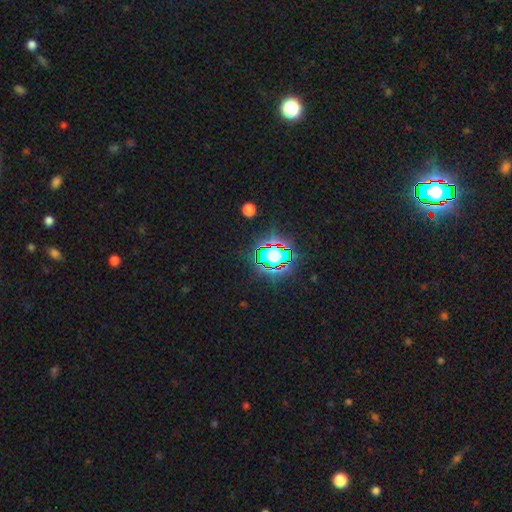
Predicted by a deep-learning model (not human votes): Smooth or featured? Predicted: star or artifact (p=0.78).